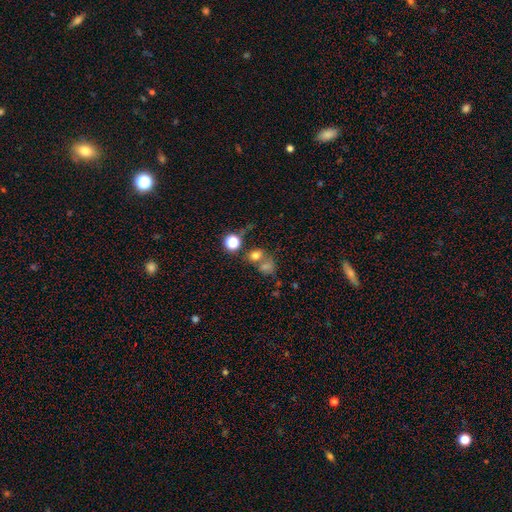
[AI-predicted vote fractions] Q: Smooth or featured?
A: smooth (68%); runner-up: star or artifact (19%)
Q: How rounded?
A: round (60%); runner-up: in between (38%)
Q: Merging?
A: merger (43%); runner-up: none (41%)